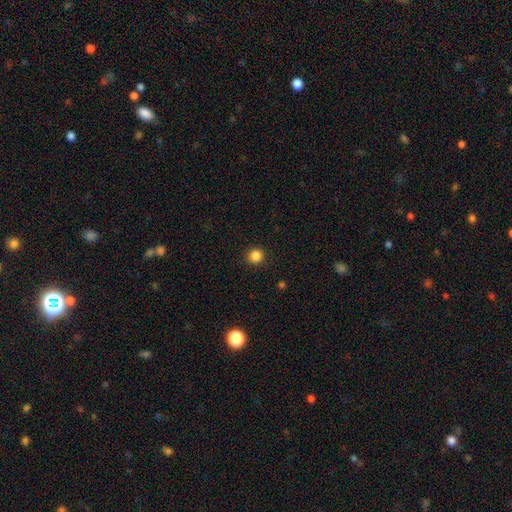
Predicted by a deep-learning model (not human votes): smooth-or-featured: smooth: 85% | star or artifact: 12% | featured or disk: 3%
  how-rounded: round: 91% | in between: 8% | cigar-shaped: 1%
  merging: none: 91% | minor disturbance: 6% | major disturbance: 2% | merger: 1%